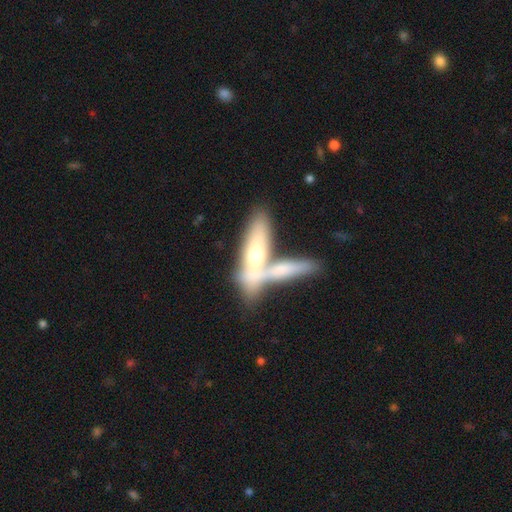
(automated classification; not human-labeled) A smooth galaxy with no disk features (54%) that is cigar-shaped (60%). Merging: merger (55%).